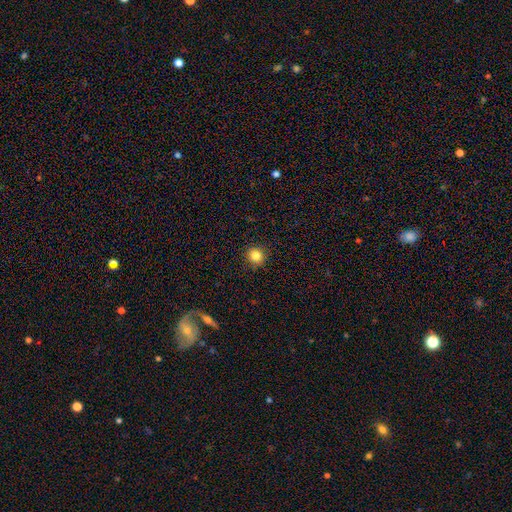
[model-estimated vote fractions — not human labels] This is clearly a smooth galaxy (83%). How rounded: clearly round (93%). Merging: clearly none (91%).